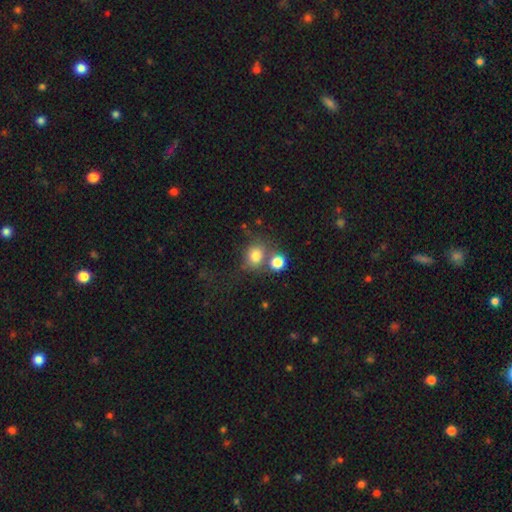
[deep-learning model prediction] Smooth or featured: smooth — 77% (star or artifact — 13%)
How rounded: round — 67% (in between — 31%)
Merging: none — 48% (merger — 31%)